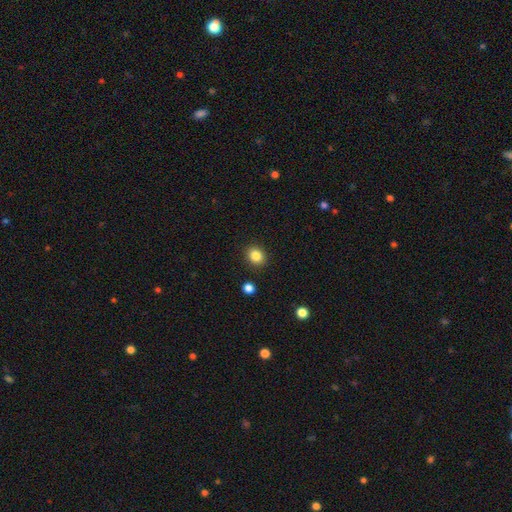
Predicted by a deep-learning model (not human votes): smooth_or_featured: smooth (p=0.84) [alt: star or artifact p=0.10]
how_rounded: round (p=0.67) [alt: in between p=0.32]
merging: none (p=0.90) [alt: minor disturbance p=0.07]